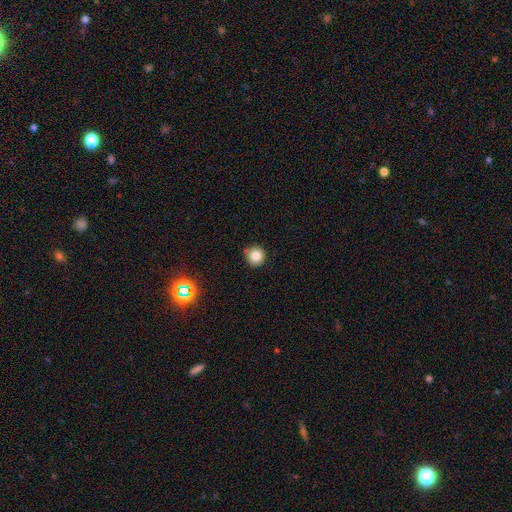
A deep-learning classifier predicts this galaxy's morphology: smooth-or-featured: smooth: 82% | star or artifact: 12% | featured or disk: 6%
  how-rounded: round: 94% | in between: 5% | cigar-shaped: 1%
  merging: none: 83% | minor disturbance: 13% | merger: 2% | major disturbance: 2%